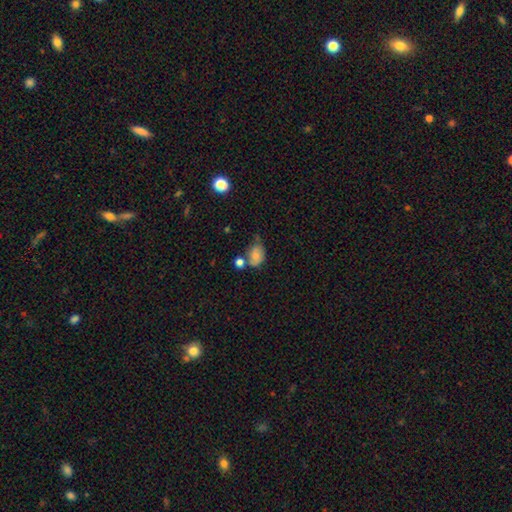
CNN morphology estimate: Smooth or featured? smooth (74%)
How rounded? in between (77%)
Merging? none (36%)